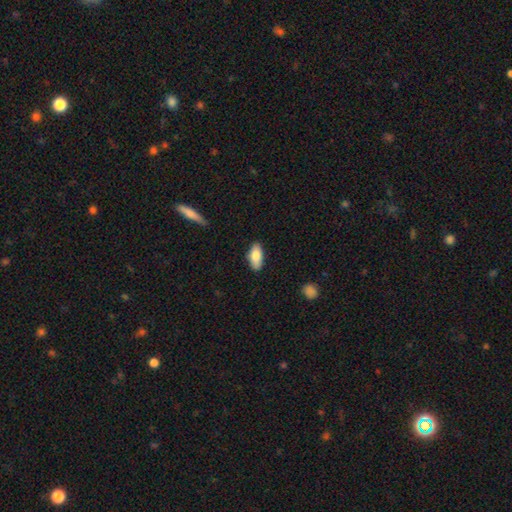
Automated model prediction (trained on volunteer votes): A smooth galaxy with no disk features (81%) that is in between round and cigar-shaped (86%).

Vote fractions:
- Smooth or featured? smooth: 81% / featured or disk: 13% / star or artifact: 6%
- How rounded? in between: 86% / cigar-shaped: 12% / round: 2%
- Merging? none: 85% / minor disturbance: 12% / major disturbance: 2% / merger: 1%